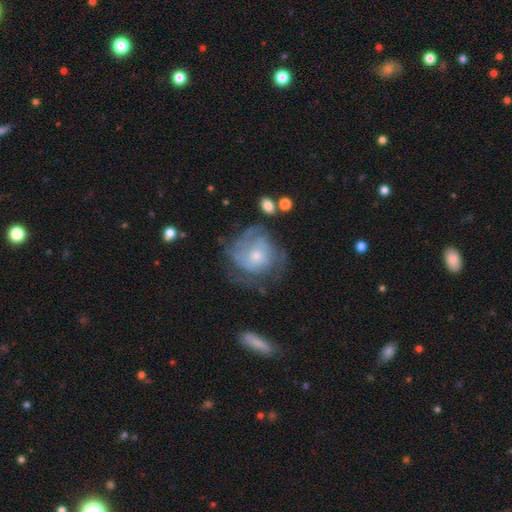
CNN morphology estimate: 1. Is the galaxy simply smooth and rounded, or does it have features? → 65% featured or disk, 26% smooth, 8% star or artifact.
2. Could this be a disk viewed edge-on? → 97% no, 3% yes.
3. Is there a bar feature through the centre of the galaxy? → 78% no, 19% weak, 3% strong.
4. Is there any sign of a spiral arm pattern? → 79% yes, 21% no.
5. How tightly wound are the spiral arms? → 52% tight, 32% medium, 15% loose.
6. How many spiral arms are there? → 48% can't tell, 16% 2, 16% 3, 8% 4, 7% 1, 4% more than 4.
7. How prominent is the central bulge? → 56% small, 36% moderate, 3% none, 3% large, 1% dominant.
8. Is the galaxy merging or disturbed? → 51% none, 23% minor disturbance, 23% major disturbance, 3% merger.